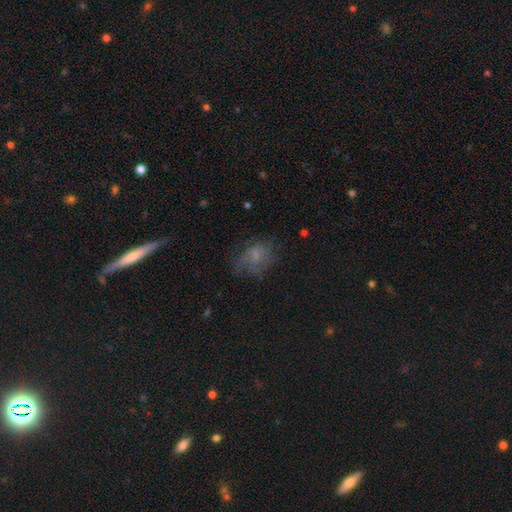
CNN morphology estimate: type=smooth (48%); merging=none (46%).